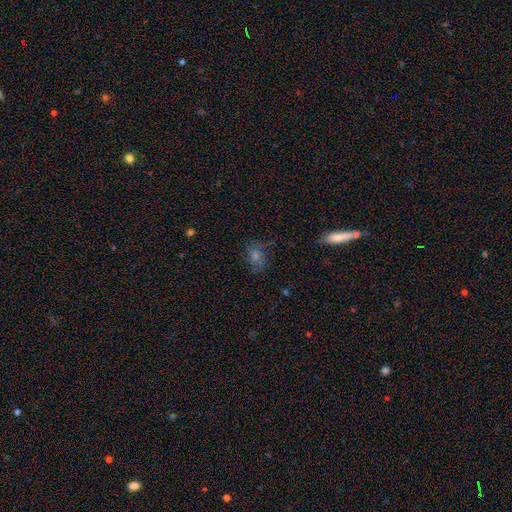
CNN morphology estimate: A smooth galaxy with no disk features (44%).

Vote fractions:
- Smooth or featured? smooth: 44% / featured or disk: 36% / star or artifact: 20%
- Merging? none: 72% / minor disturbance: 18% / major disturbance: 8% / merger: 2%